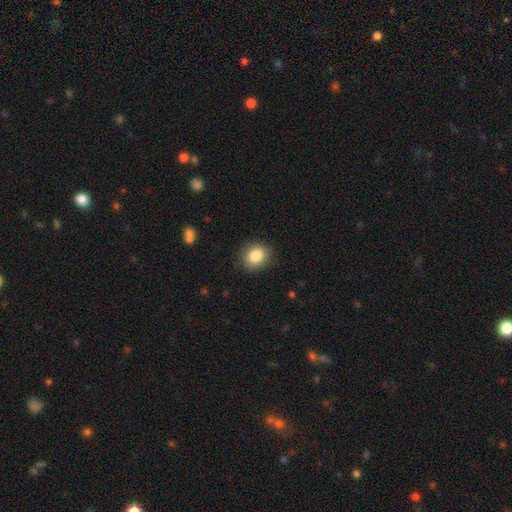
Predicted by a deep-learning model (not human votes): This appears to be a smooth galaxy with no disk features (85%) that is round (67%). Merging: none (86%).